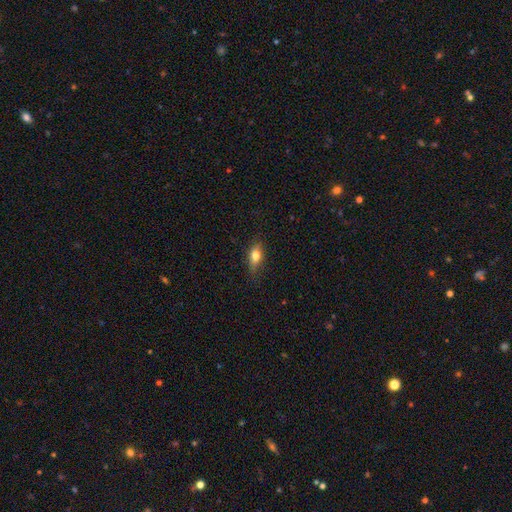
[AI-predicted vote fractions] Smooth or featured: smooth — 74% (featured or disk — 18%)
How rounded: in between — 76% (cigar-shaped — 17%)
Merging: none — 74% (minor disturbance — 20%)